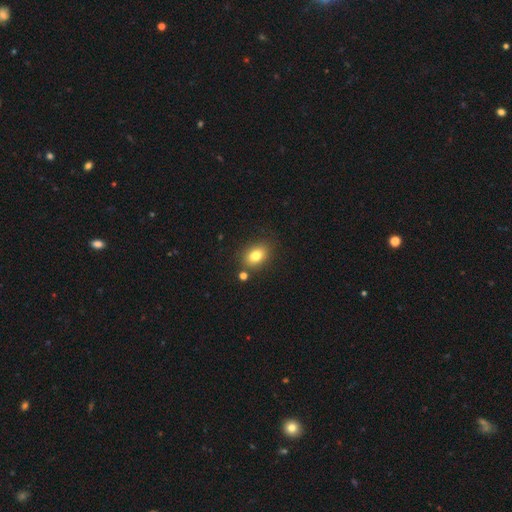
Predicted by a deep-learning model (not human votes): smooth_or_featured: smooth (p=0.80) [alt: star or artifact p=0.10]
how_rounded: in between (p=0.75) [alt: round p=0.24]
merging: none (p=0.78) [alt: minor disturbance p=0.12]